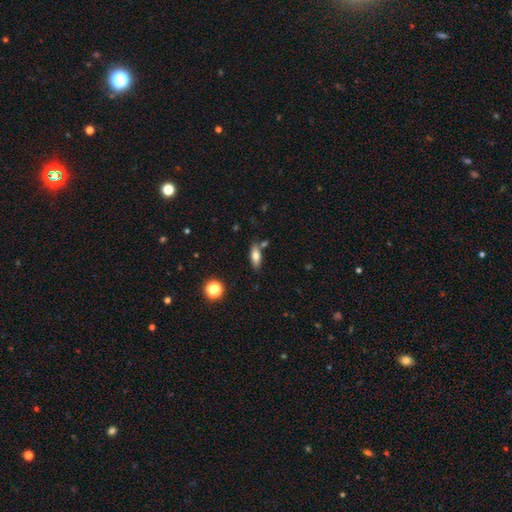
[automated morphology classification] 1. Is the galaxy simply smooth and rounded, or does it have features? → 71% smooth, 20% featured or disk, 9% star or artifact.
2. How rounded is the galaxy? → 71% in between, 25% cigar-shaped, 4% round.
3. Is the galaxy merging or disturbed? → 74% none, 13% minor disturbance, 9% merger, 3% major disturbance.